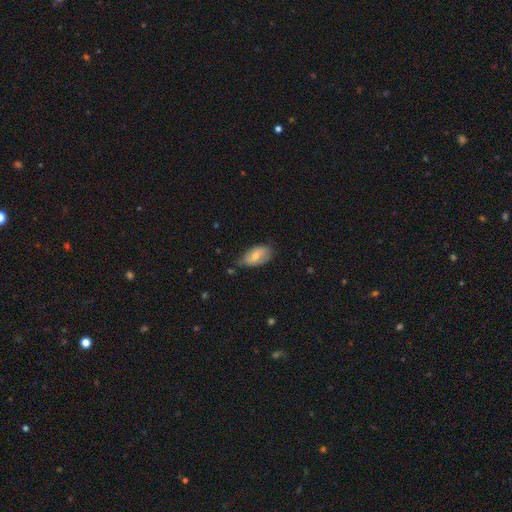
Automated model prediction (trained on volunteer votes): Smooth or featured? Predicted: smooth (p=0.65). How rounded? Predicted: in between (p=0.93). Merging? Predicted: none (p=0.57).